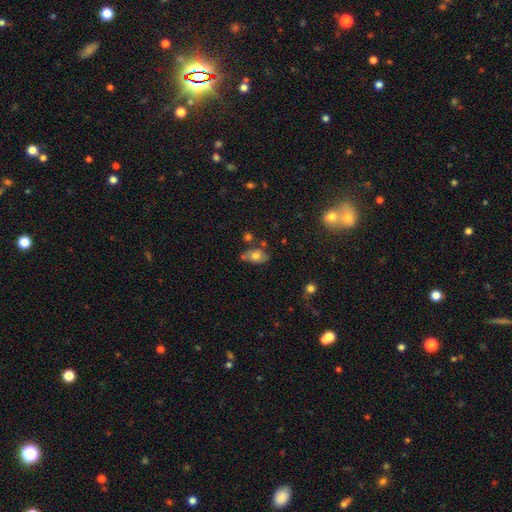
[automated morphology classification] A smooth galaxy with no disk features (64%) that is in between round and cigar-shaped (85%). Merging: none (57%).